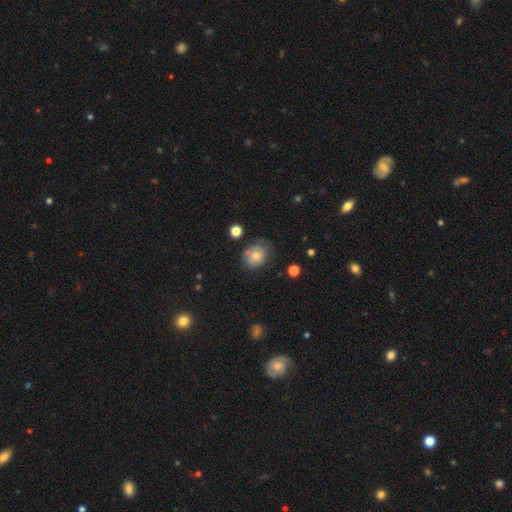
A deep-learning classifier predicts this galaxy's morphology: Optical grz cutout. It shows a smooth galaxy with no disk features (72%) that is round (53%). Merging: none (61%).